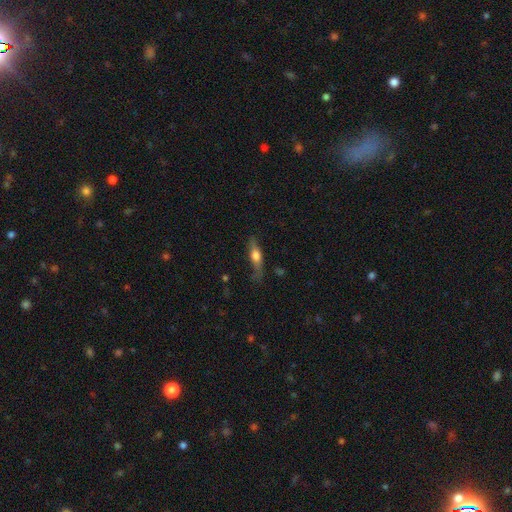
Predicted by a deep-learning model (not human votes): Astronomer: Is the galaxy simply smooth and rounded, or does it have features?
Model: smooth — 46%, tied with featured or disk at 46%.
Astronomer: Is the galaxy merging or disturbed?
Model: none — 67%.